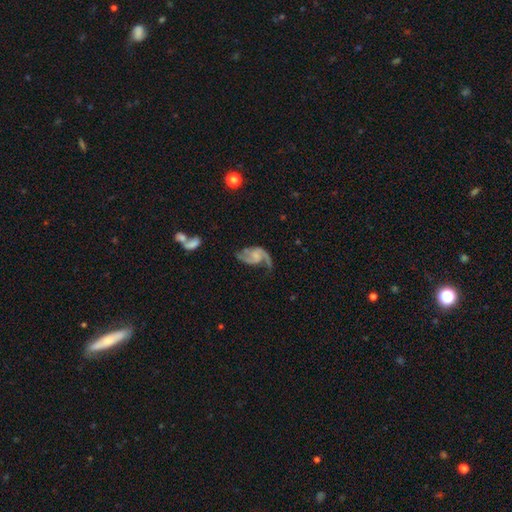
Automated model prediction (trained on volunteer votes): Smooth or featured?
  - featured or disk: 83% *
  - smooth: 11%
  - star or artifact: 6%
Edge-on disk?
  - no: 98% *
  - yes: 2%
Bar?
  - no: 60% *
  - weak: 33%
  - strong: 7%
Spiral arms?
  - yes: 94% *
  - no: 6%
Spiral winding?
  - loose: 53% *
  - medium: 37%
  - tight: 10%
Spiral arm count?
  - 2: 82% *
  - 1: 10%
  - can't tell: 3%
  - 3: 2%
  - 4: 1%
  - more than 4: 1%
Bulge size?
  - none: 46% *
  - small: 33%
  - moderate: 16%
  - large: 4%
  - dominant: 1%
Merging?
  - none: 45% *
  - major disturbance: 28%
  - minor disturbance: 22%
  - merger: 4%